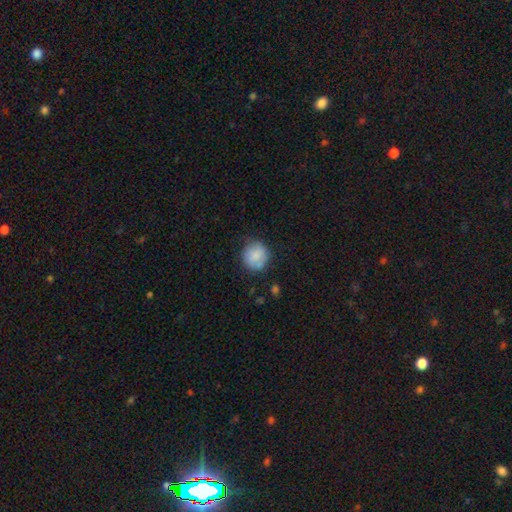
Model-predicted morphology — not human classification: smooth_or_featured: smooth (p=0.80) [alt: featured or disk p=0.13]
how_rounded: round (p=0.85) [alt: in between p=0.14]
merging: none (p=0.71) [alt: minor disturbance p=0.21]